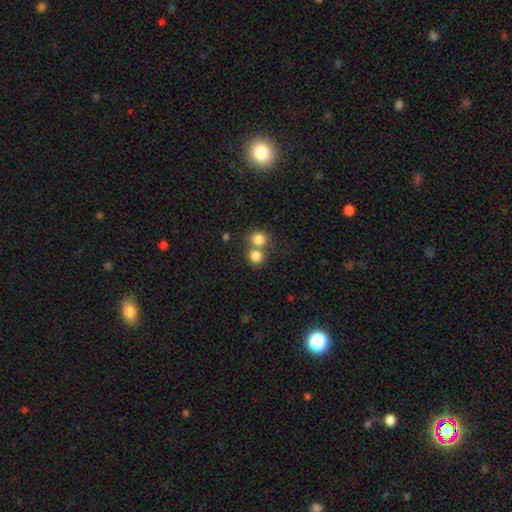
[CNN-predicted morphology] smooth 81%, star or artifact 11%, featured or disk 8%. Down the decision tree: how rounded — round (84%); merging — none (48%).